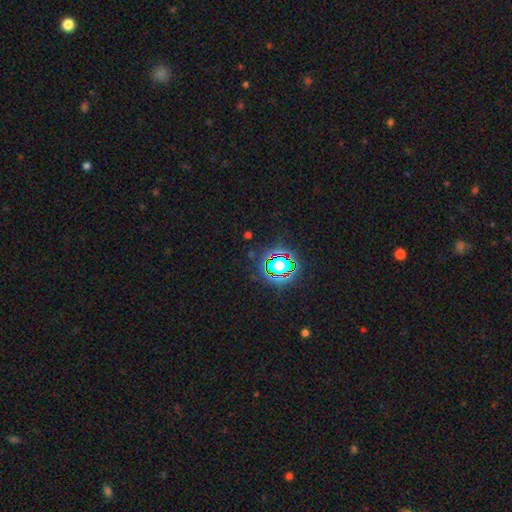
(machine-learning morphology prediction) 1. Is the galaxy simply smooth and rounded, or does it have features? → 79% star or artifact, 13% smooth, 9% featured or disk.